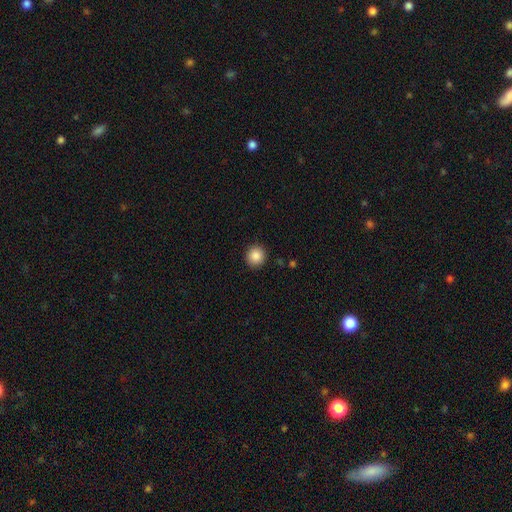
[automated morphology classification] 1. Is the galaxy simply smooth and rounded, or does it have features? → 87% smooth, 9% star or artifact, 4% featured or disk.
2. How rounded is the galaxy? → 89% round, 10% in between, 1% cigar-shaped.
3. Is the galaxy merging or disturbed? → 91% none, 6% minor disturbance, 2% major disturbance, 1% merger.